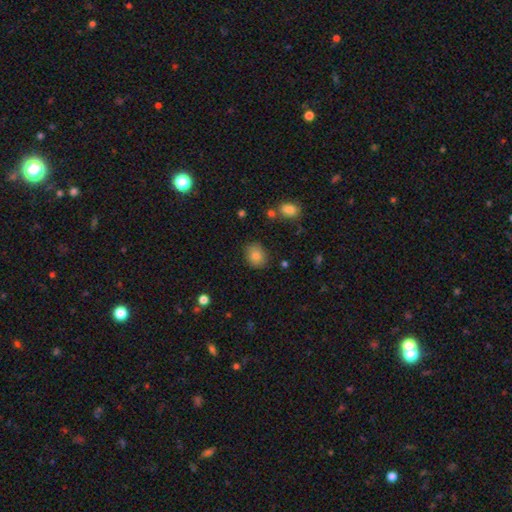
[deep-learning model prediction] Smooth or featured: smooth — 82% (star or artifact — 10%)
How rounded: round — 58% (in between — 41%)
Merging: none — 84% (minor disturbance — 11%)